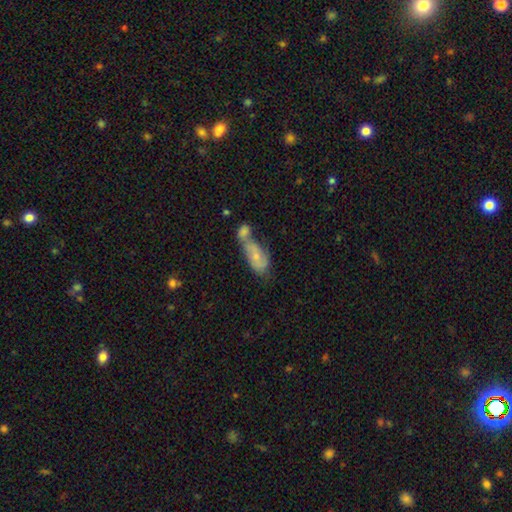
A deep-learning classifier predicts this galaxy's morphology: type=smooth (52%); roundness=in between (81%); merging=merger (59%).